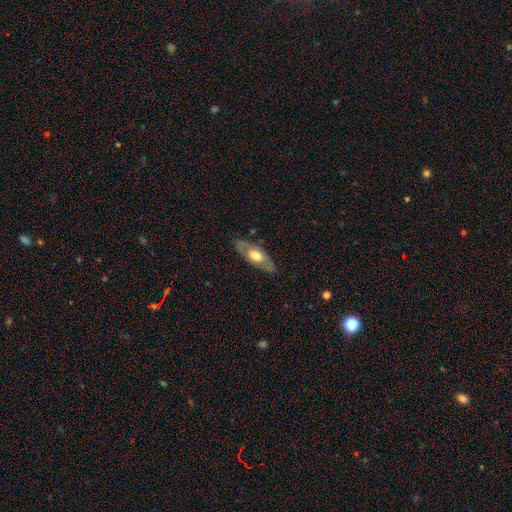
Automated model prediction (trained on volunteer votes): Morphology: type=featured or disk (55%); edge-on=no (72%); merging=none (80%).